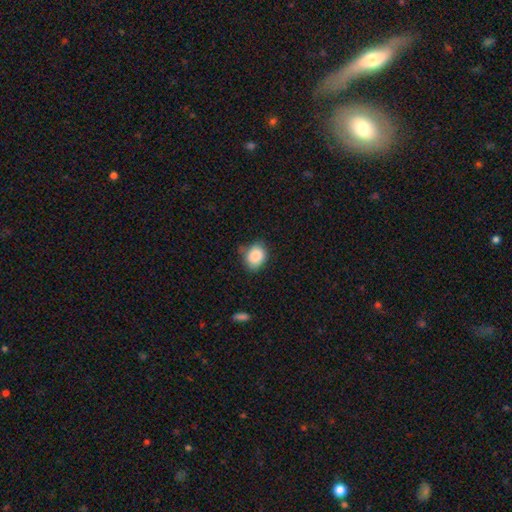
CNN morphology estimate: Smooth or featured?
  - smooth: 87% *
  - star or artifact: 8%
  - featured or disk: 5%
How rounded?
  - in between: 57% *
  - round: 42%
  - cigar-shaped: 1%
Merging?
  - none: 69% *
  - minor disturbance: 23%
  - major disturbance: 5%
  - merger: 3%